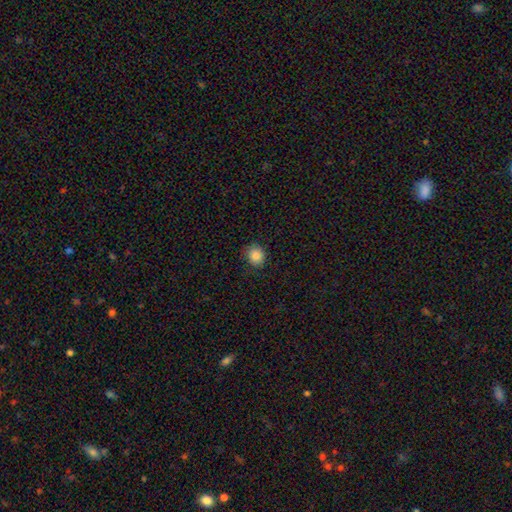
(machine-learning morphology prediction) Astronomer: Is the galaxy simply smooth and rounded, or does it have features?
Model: smooth — 86%.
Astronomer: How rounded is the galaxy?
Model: round — 81%.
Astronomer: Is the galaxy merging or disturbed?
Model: none — 84%.